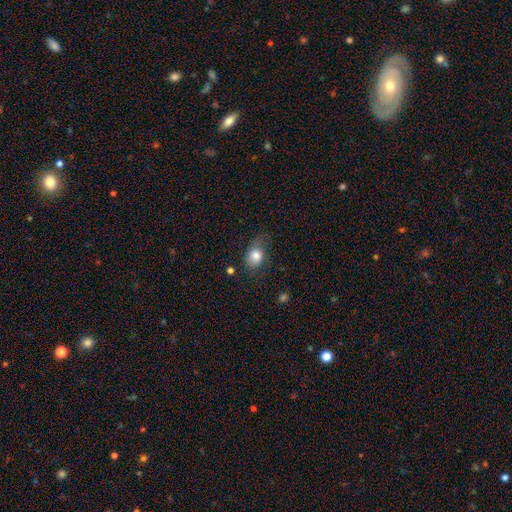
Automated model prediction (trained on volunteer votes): Q: Smooth or featured?
A: smooth (80%); runner-up: featured or disk (11%)
Q: How rounded?
A: in between (62%); runner-up: round (36%)
Q: Merging?
A: none (46%); runner-up: minor disturbance (34%)